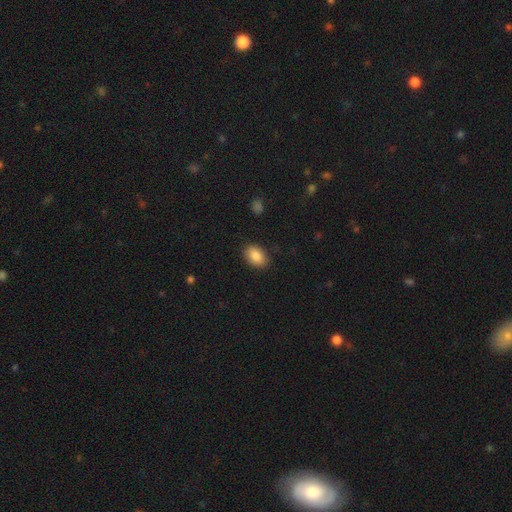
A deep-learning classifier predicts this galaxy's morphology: smooth_or_featured: smooth (p=0.87) [alt: star or artifact p=0.07]
how_rounded: in between (p=0.89) [alt: round p=0.10]
merging: none (p=0.87) [alt: minor disturbance p=0.10]